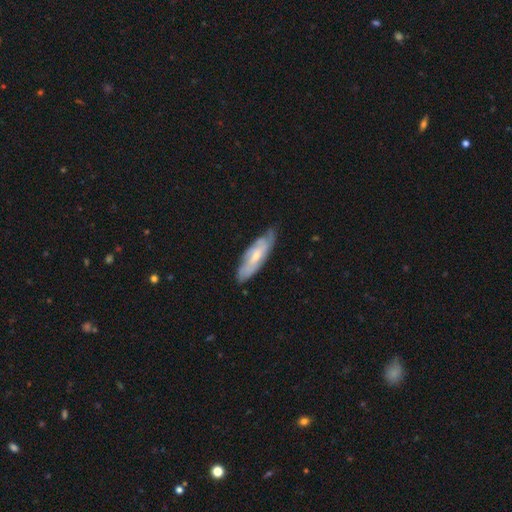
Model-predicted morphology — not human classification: A featured or disk galaxy (58%). Merging: none (72%).